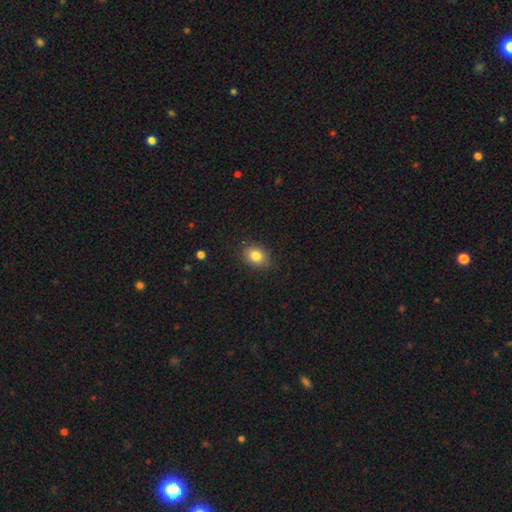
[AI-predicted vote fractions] Smooth or featured? smooth (83%)
How rounded? in between (60%)
Merging? none (86%)